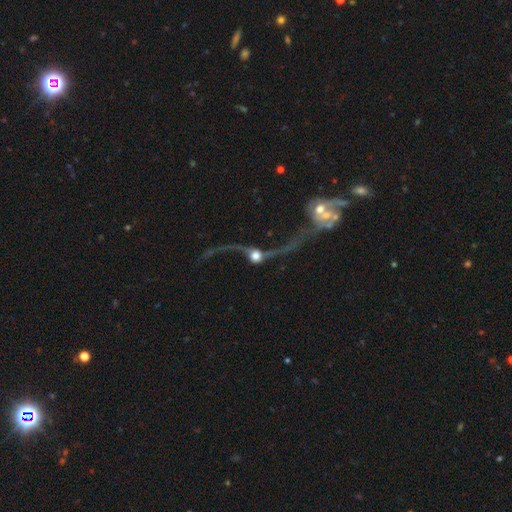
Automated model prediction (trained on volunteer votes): The model was most divided on "bulge size": moderate: 37%, large: 32%, dominant: 15%, small: 12%, none: 4%. Remaining: spiral winding — loose (95%); spiral arm count — 2 (88%); spiral arms — yes (84%); edge-on disk — no (81%); smooth or featured — featured or disk (78%); bar — no (72%); merging — none (37%).